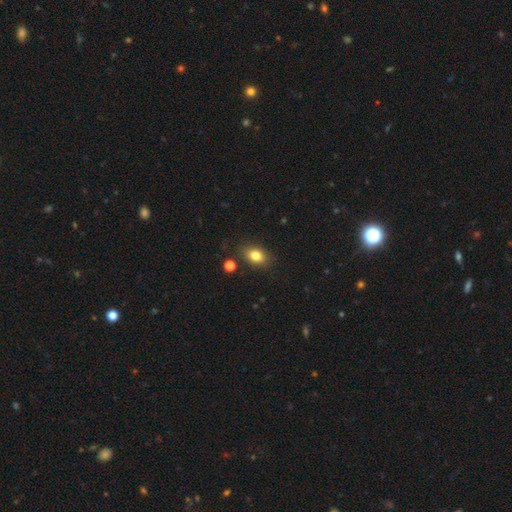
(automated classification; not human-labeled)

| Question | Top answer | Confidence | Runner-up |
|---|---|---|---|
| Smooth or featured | smooth | 81% | star or artifact (11%) |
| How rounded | in between | 70% | round (28%) |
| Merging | none | 84% | minor disturbance (10%) |